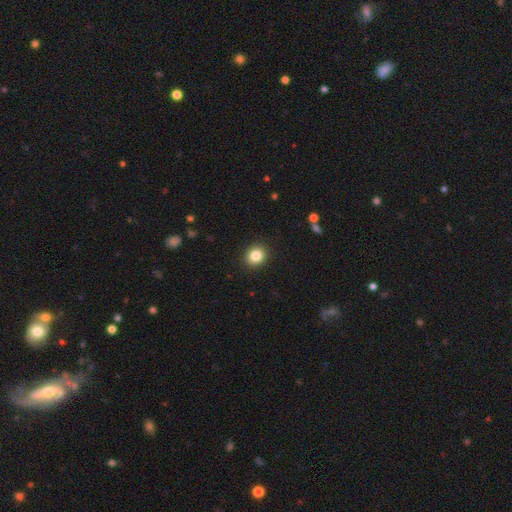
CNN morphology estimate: This is clearly a smooth galaxy (85%). How rounded: likely round (74%). Merging: clearly none (92%).